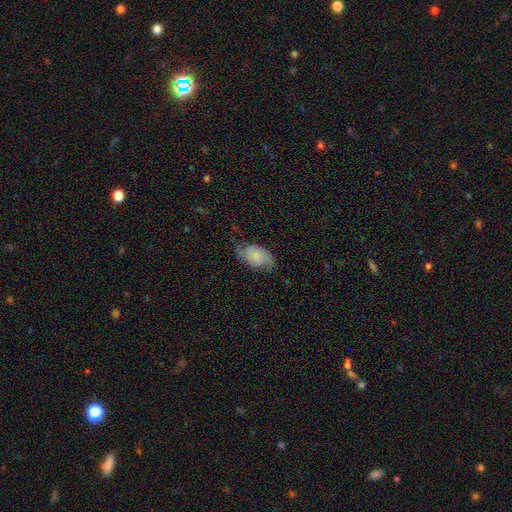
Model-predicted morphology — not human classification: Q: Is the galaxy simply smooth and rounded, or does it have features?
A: featured or disk — 55%.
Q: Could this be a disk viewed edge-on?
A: no — 95%.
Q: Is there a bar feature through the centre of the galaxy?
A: no — 72%.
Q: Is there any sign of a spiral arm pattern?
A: yes — 90%.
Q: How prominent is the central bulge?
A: small — 38%.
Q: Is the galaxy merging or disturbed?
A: none — 63%.